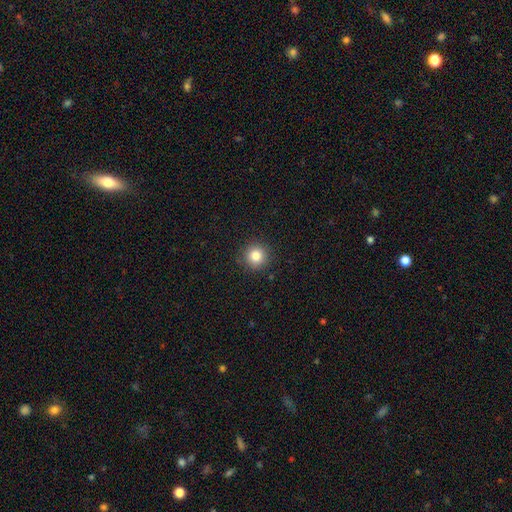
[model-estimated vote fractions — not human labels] smooth_or_featured: smooth (p=0.83) [alt: star or artifact p=0.11]
how_rounded: round (p=0.95) [alt: in between p=0.04]
merging: none (p=0.91) [alt: minor disturbance p=0.06]